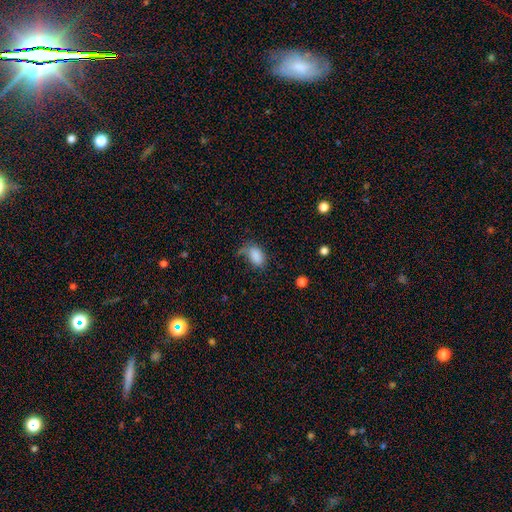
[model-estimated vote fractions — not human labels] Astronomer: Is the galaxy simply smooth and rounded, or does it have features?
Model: smooth — 84%.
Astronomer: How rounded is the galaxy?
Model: in between — 91%.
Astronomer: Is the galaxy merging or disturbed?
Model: none — 48% (runner-up: minor disturbance, 29%).